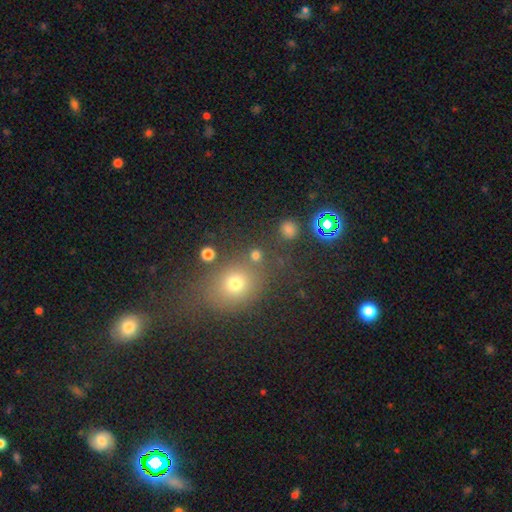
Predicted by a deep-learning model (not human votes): This appears to be a smooth galaxy with no disk features (70%) that is round (78%). Merging: none (73%).